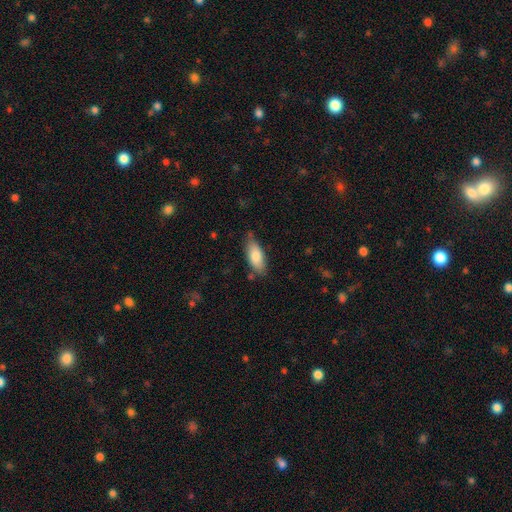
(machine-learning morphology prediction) A smooth galaxy with no disk features (82%) that is in between round and cigar-shaped (82%). Merging: none (75%).